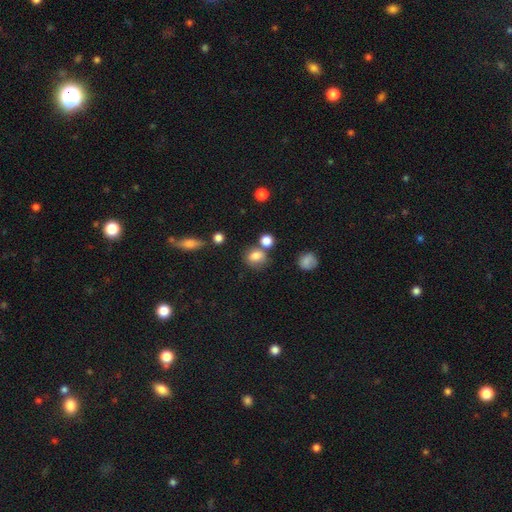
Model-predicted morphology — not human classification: Smooth or featured? smooth (79%)
How rounded? round (60%)
Merging? none (62%)